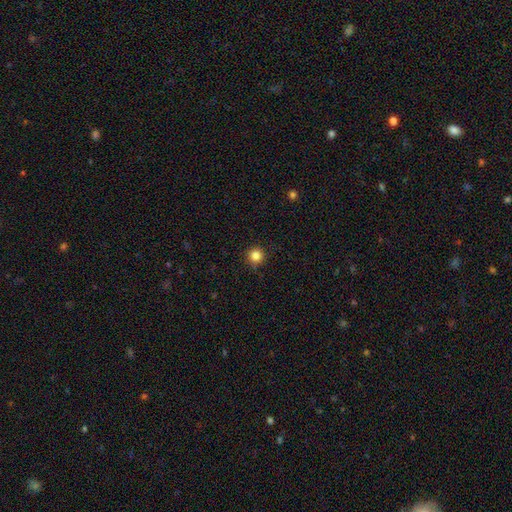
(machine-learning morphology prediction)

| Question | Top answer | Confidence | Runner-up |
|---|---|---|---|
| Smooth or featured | smooth | 83% | star or artifact (12%) |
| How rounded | round | 95% | in between (4%) |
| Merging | none | 89% | minor disturbance (8%) |